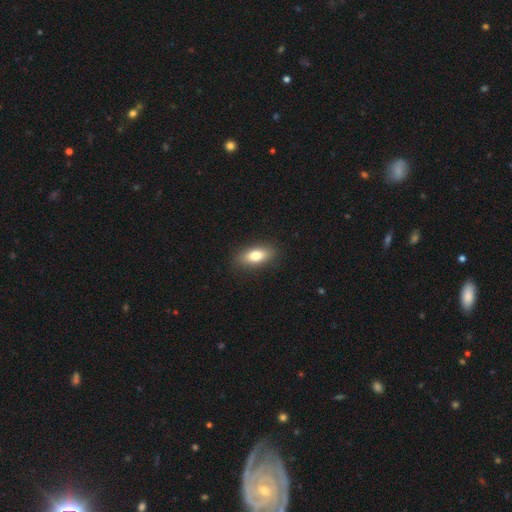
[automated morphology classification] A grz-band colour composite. It shows a smooth galaxy with no disk features (79%) that is in between round and cigar-shaped (81%). Merging: none (88%).